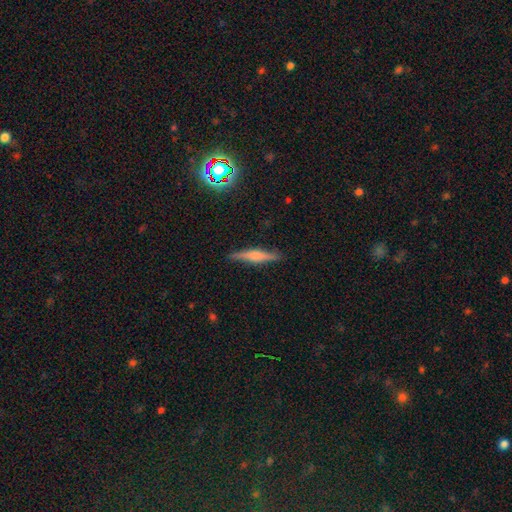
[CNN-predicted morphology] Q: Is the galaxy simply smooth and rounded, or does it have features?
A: featured or disk — 52%.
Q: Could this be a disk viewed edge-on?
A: yes — 96%.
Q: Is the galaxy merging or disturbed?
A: none — 88%.